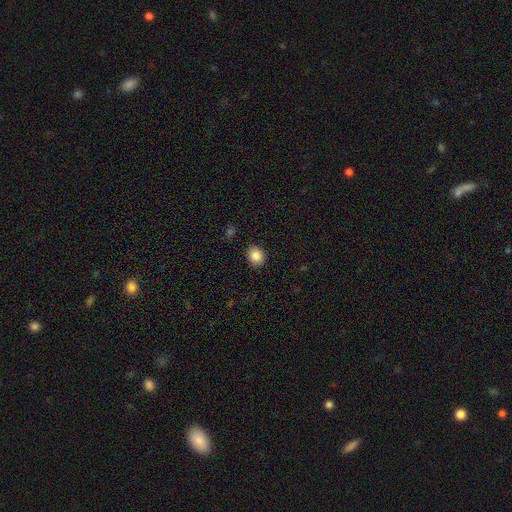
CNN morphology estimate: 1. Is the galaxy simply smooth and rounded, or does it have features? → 87% smooth, 9% star or artifact, 4% featured or disk.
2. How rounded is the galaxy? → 67% round, 32% in between, 1% cigar-shaped.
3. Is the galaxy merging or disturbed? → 89% none, 8% minor disturbance, 2% major disturbance, 1% merger.